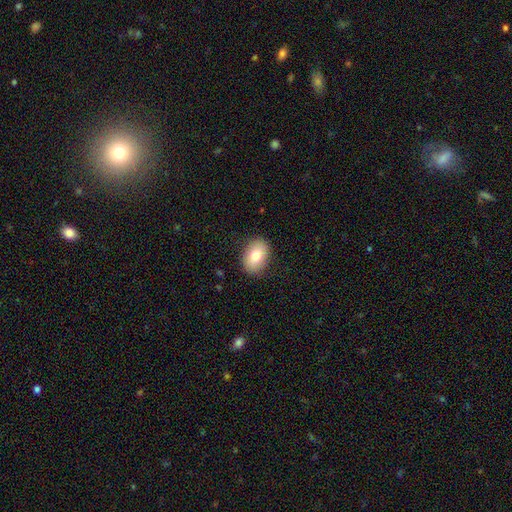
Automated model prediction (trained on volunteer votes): Smooth or featured?
  - smooth: 77% *
  - featured or disk: 15%
  - star or artifact: 8%
How rounded?
  - in between: 76% *
  - round: 23%
  - cigar-shaped: 1%
Merging?
  - none: 87% *
  - minor disturbance: 10%
  - major disturbance: 3%
  - merger: 1%